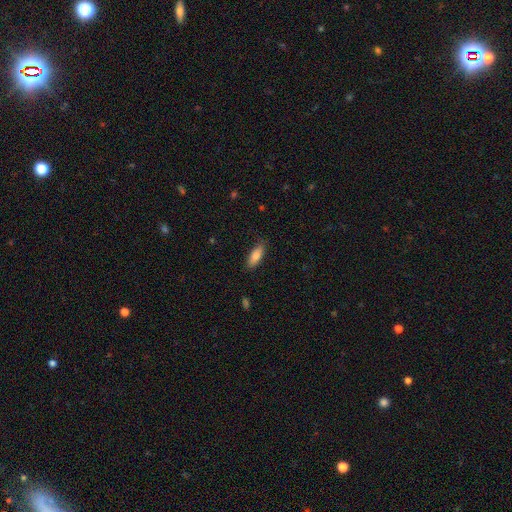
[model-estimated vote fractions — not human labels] This is clearly a smooth galaxy (84%). How rounded: likely in between (70%). Merging: clearly none (85%).